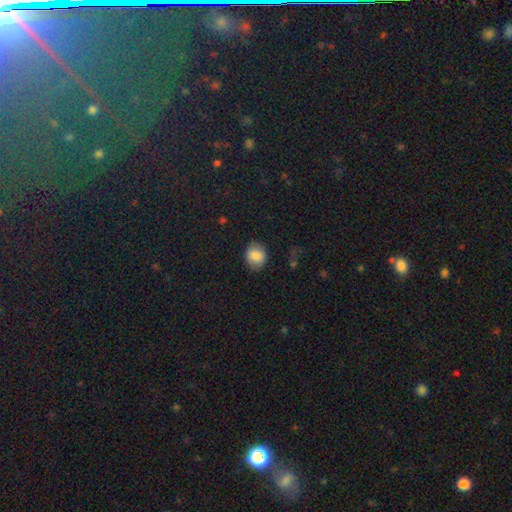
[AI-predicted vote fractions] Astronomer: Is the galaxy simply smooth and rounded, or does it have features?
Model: smooth — 83%.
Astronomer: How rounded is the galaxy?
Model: round — 57% (runner-up: in between, 42%).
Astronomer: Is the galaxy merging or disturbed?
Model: none — 80%.